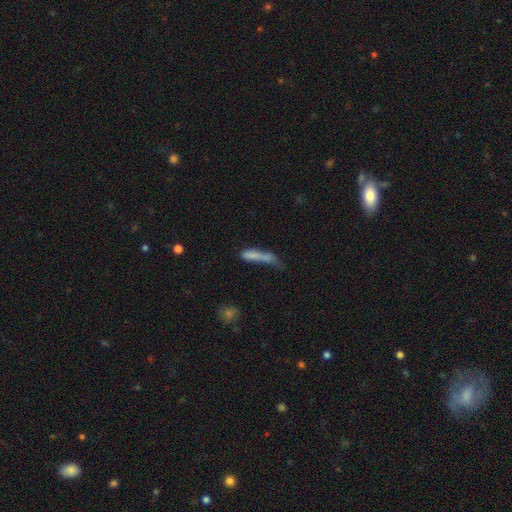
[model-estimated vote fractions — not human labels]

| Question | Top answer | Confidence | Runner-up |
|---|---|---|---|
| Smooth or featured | smooth | 68% | featured or disk (21%) |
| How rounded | cigar-shaped | 78% | in between (19%) |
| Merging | none | 31% | major disturbance (25%) |